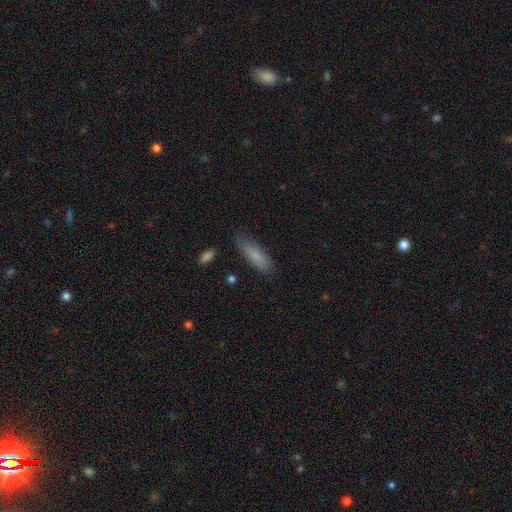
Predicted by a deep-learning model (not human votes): This is clearly a smooth galaxy (82%). How rounded: possibly in between (52%). Merging: likely none (76%).